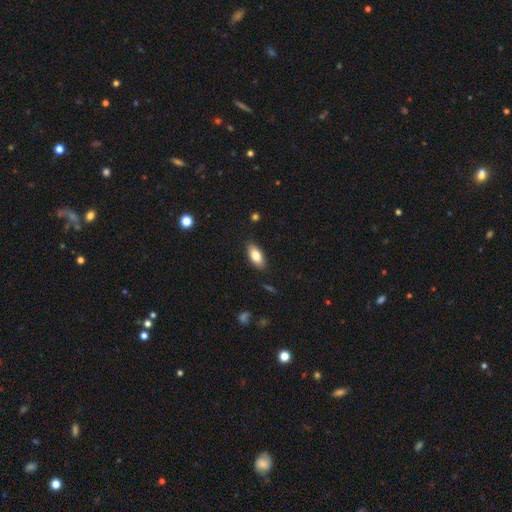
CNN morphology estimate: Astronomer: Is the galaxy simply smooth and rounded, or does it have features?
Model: smooth — 79%.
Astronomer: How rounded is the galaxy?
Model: in between — 87%.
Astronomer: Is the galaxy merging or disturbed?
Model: none — 87%.